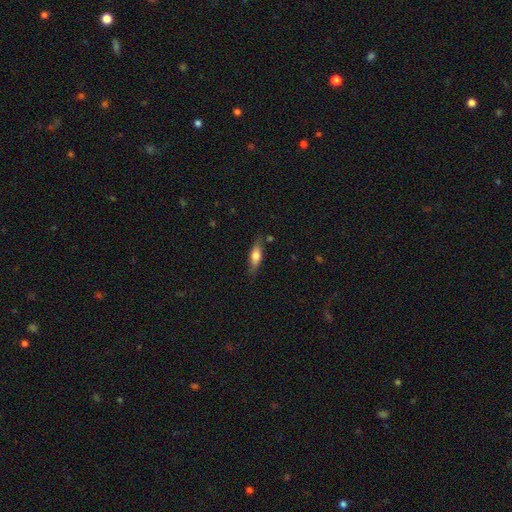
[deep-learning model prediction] smooth_or_featured: smooth (p=0.65) [alt: featured or disk p=0.29]
how_rounded: in between (p=0.51) [alt: cigar-shaped p=0.47]
merging: none (p=0.77) [alt: minor disturbance p=0.16]